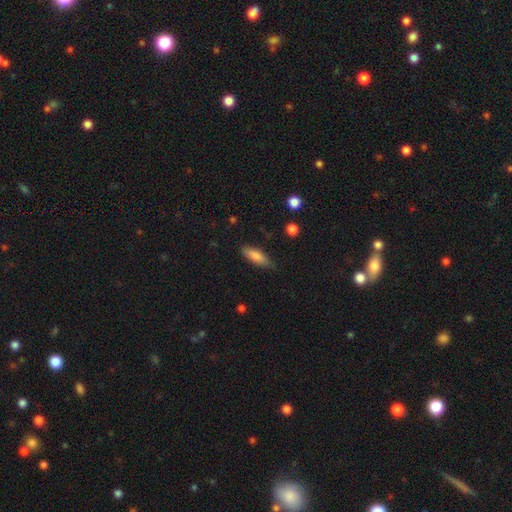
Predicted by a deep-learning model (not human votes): The model was most divided on "how rounded": in between: 55%, cigar-shaped: 44%, round: 2%. More confident: smooth or featured — smooth (80%); merging — none (80%).